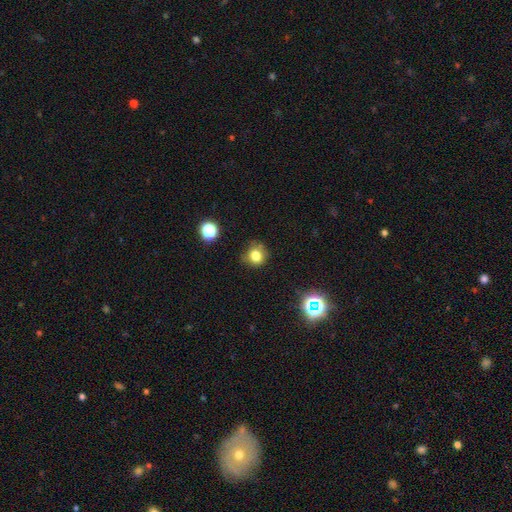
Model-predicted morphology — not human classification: smooth 78%, star or artifact 14%, featured or disk 7%. Down the decision tree: how rounded — round (79%); merging — none (70%).